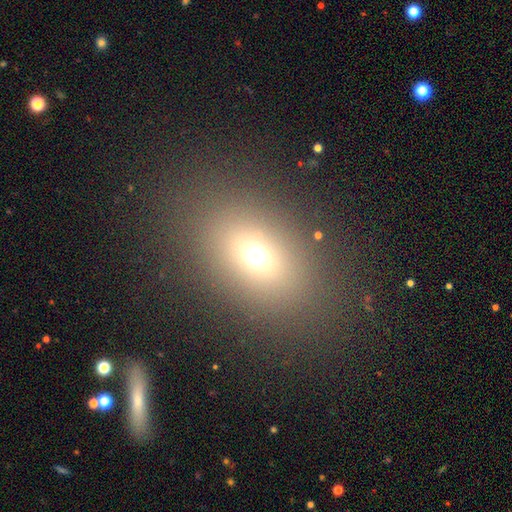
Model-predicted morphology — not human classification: Overall: smooth (65%). How rounded: in between (71%). Merging: none (84%).